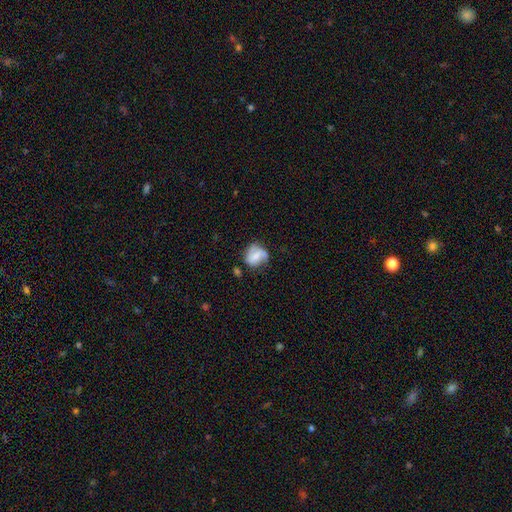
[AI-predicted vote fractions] Smooth or featured? Predicted: featured or disk (p=0.47). Merging? Predicted: none (p=0.48).